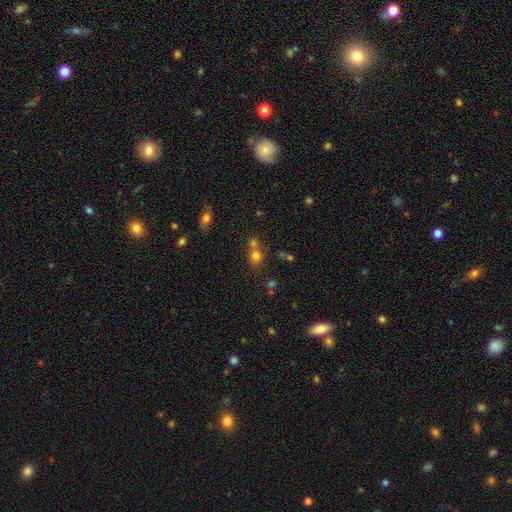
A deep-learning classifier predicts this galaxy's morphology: Q: Smooth or featured?
A: smooth (73%); runner-up: star or artifact (18%)
Q: How rounded?
A: round (76%); runner-up: in between (23%)
Q: Merging?
A: none (49%); runner-up: merger (38%)